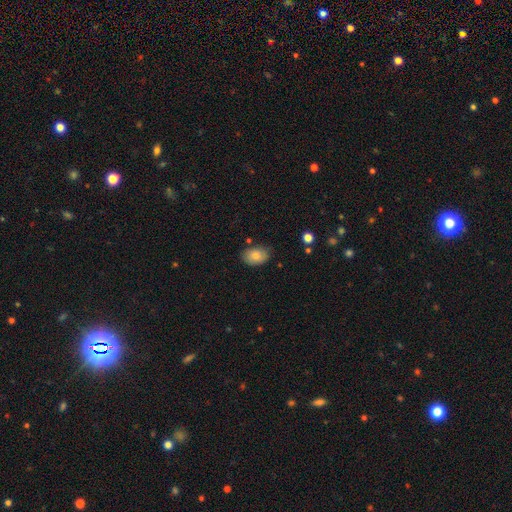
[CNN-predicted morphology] Q: Smooth or featured?
A: smooth (81%); runner-up: featured or disk (12%)
Q: How rounded?
A: in between (84%); runner-up: round (15%)
Q: Merging?
A: none (77%); runner-up: minor disturbance (18%)